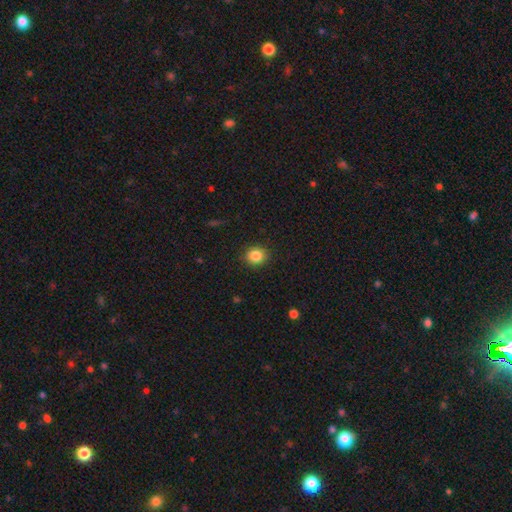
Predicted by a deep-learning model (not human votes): smooth_or_featured: smooth (p=0.85) [alt: star or artifact p=0.10]
how_rounded: round (p=0.81) [alt: in between p=0.18]
merging: none (p=0.90) [alt: minor disturbance p=0.07]